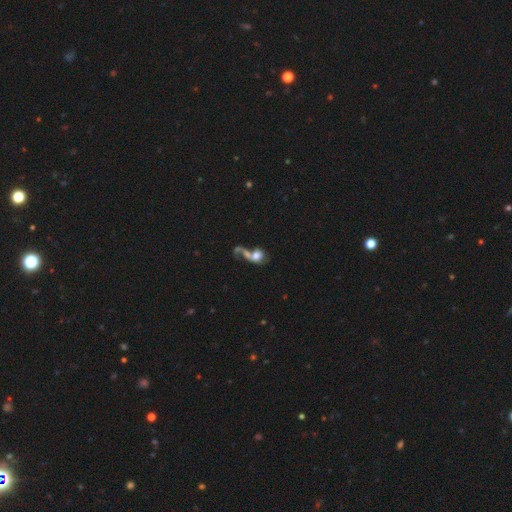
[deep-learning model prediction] A smooth galaxy with no disk features (48%).

Vote fractions:
- Smooth or featured? smooth: 48% / featured or disk: 40% / star or artifact: 12%
- Merging? merger: 55% / major disturbance: 22% / none: 16% / minor disturbance: 7%